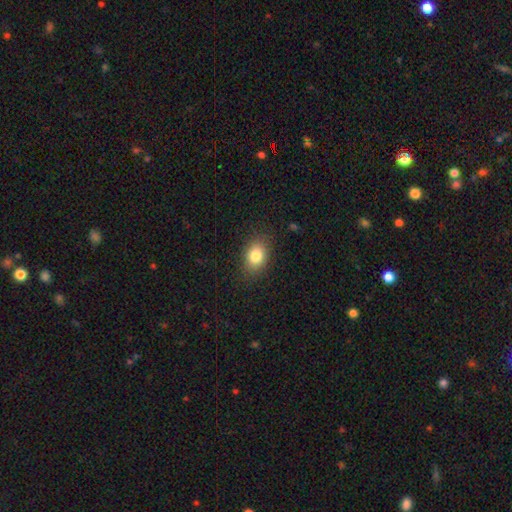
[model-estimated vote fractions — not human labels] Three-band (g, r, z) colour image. It shows a smooth galaxy with no disk features (82%) that is in between round and cigar-shaped (70%). Merging: none (85%).